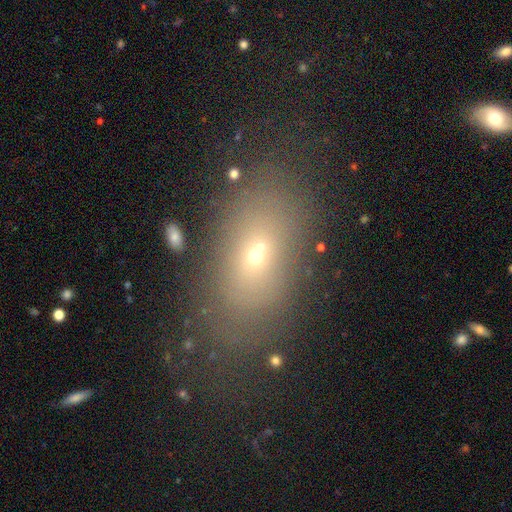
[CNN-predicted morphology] type=smooth (60%); roundness=in between (79%); merging=none (73%).